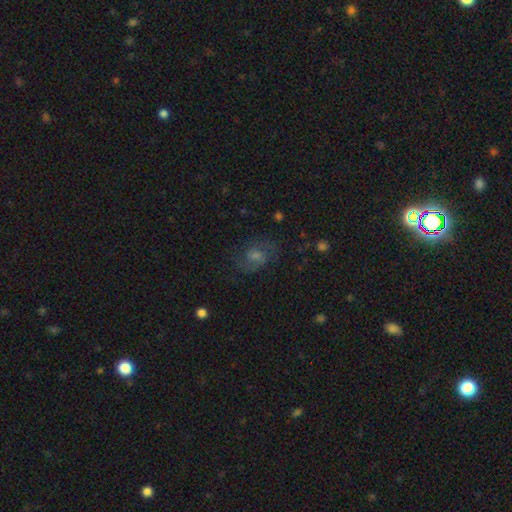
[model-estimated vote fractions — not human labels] Overall: featured or disk (62%). Edge-on disk: no (97%). Bar: no (49%; weak 43%). Spiral arms: yes (91%). Spiral arm count: 2 (85%). Spiral winding: medium (55%; tight 23%). Bulge size: moderate (45%; small 32%). Merging: none (76%).